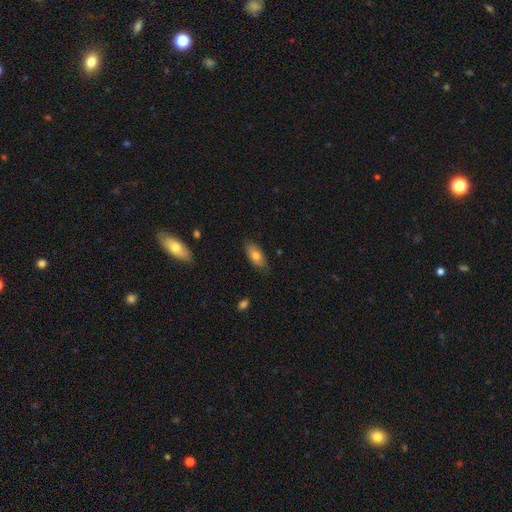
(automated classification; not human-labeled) Morphology: type=smooth (75%); roundness=in between (90%); merging=none (80%).